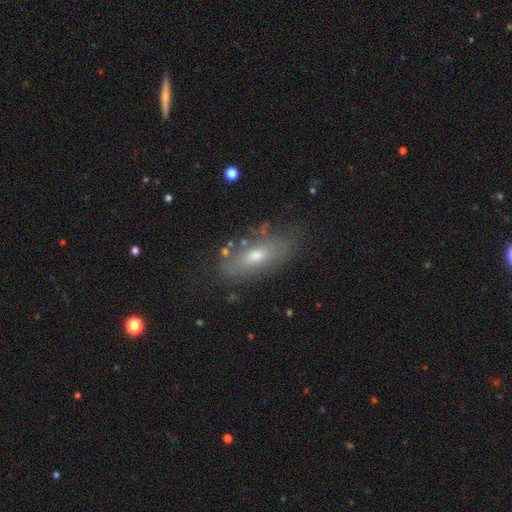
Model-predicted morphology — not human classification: Q: Smooth or featured?
A: smooth (58%); runner-up: featured or disk (34%)
Q: How rounded?
A: in between (77%); runner-up: cigar-shaped (20%)
Q: Merging?
A: none (74%); runner-up: minor disturbance (17%)